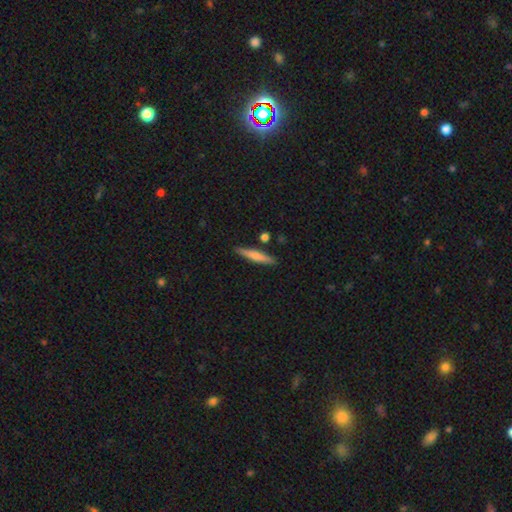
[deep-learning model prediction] Overall: smooth (67%). How rounded: cigar-shaped (92%). Merging: none (86%).